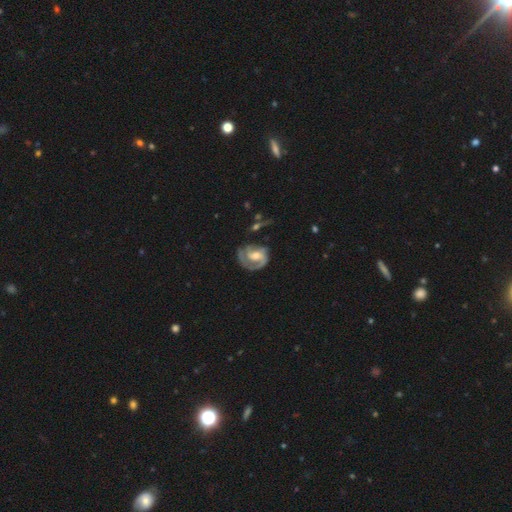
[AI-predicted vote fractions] This appears to be a featured or disk galaxy (81%) with a weak bar (43%, tied with no), 2 (51%) tight (49%) spiral arms (92%) and a moderate central bulge (60%). Merging: none (56%).